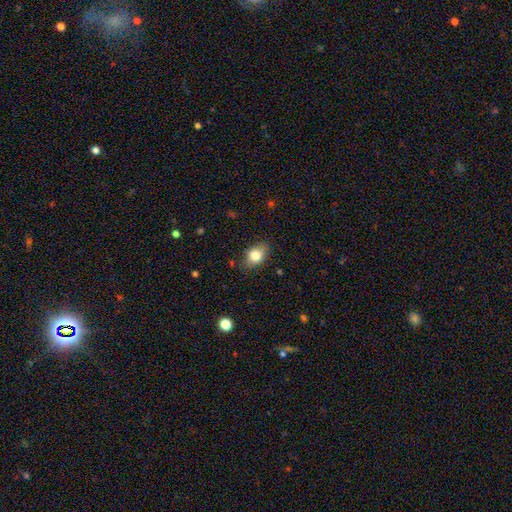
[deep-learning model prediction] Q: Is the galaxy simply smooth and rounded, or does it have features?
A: smooth — 82%.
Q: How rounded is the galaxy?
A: in between — 76%.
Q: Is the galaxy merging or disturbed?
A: none — 80%.